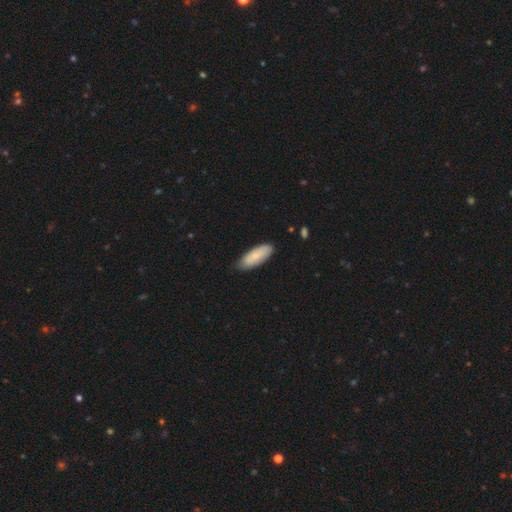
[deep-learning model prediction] smooth 82%, featured or disk 12%, star or artifact 5%. Down the decision tree: how rounded — in between (72%); merging — none (74%).